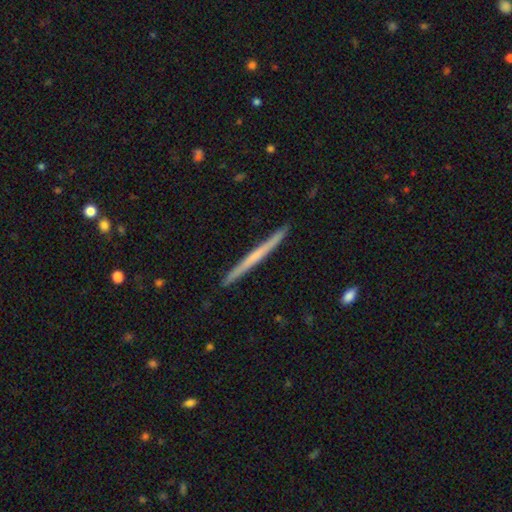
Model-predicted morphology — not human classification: Smooth or featured? featured or disk (58%)
Edge-on disk? yes (98%)
Edge-on bulge? none (75%)
Merging? none (92%)